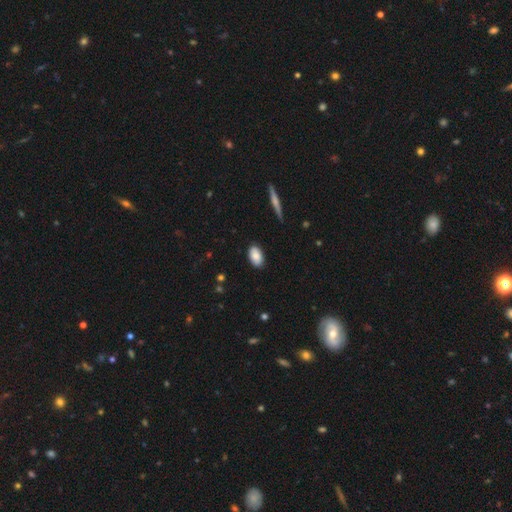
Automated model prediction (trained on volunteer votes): smooth 85%, featured or disk 8%, star or artifact 7%. Down the decision tree: how rounded — in between (94%); merging — none (86%).